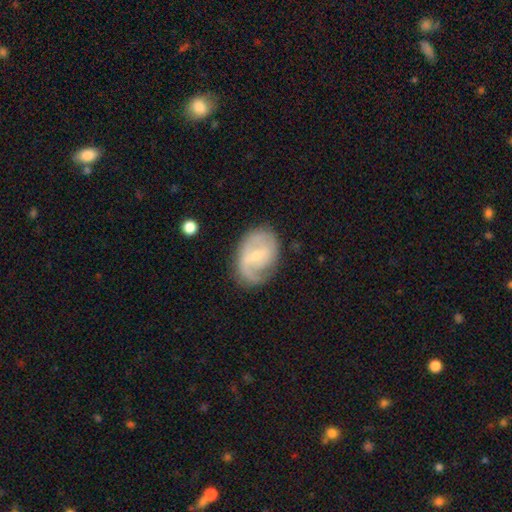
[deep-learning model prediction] This is likely a featured or disk galaxy (74%). It is clearly not viewed edge-on (97%). Bar: possibly weak (56%). Spiral arm pattern: clearly yes (90%). Spiral arm count: possibly 2 (56%). Spiral winding: marginally medium (45%). Central bulge: likely small (62%). Merging: likely none (65%).